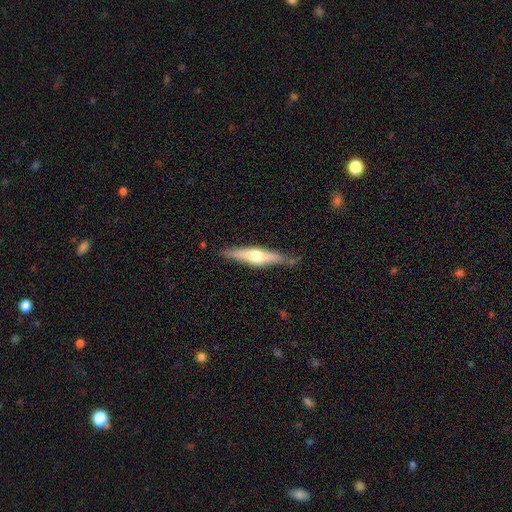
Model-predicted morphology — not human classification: type=featured or disk (58%); edge-on=yes (94%); edge-on bulge=rounded (92%); merging=none (83%).